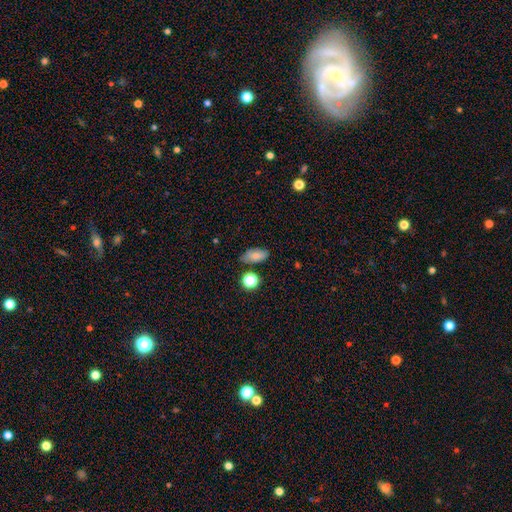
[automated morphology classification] This appears to be a smooth galaxy with no disk features (73%) that is in between round and cigar-shaped (87%). Merging: none (74%).